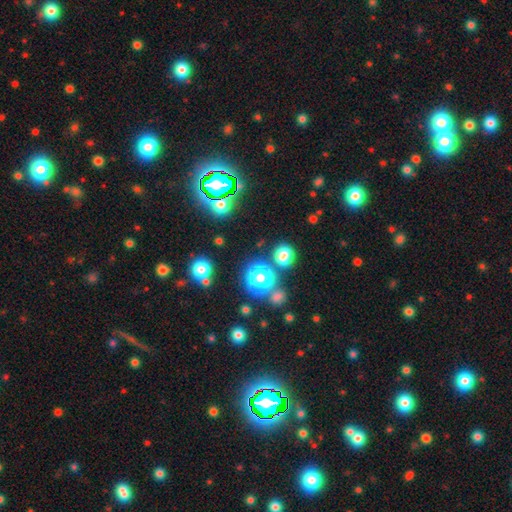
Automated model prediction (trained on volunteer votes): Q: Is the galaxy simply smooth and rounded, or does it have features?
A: star or artifact — 76%.